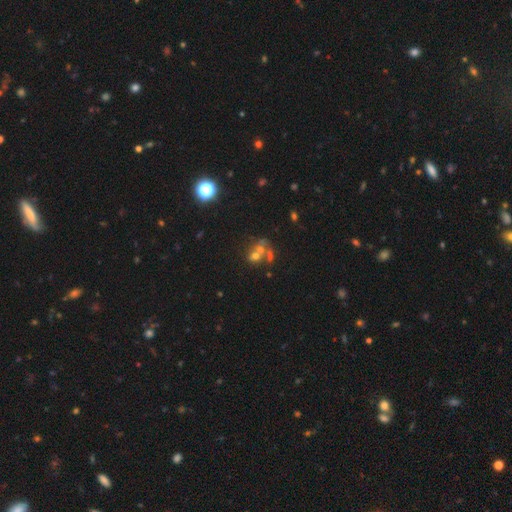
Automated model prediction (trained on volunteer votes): A smooth galaxy with no disk features (44%). Merging: merger (56%).